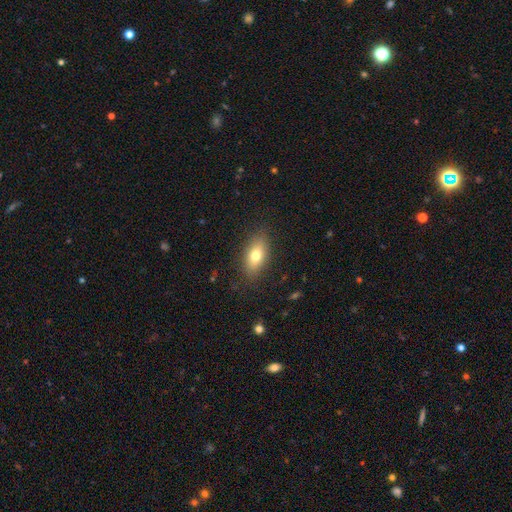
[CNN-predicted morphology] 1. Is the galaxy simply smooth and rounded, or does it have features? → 73% smooth, 18% featured or disk, 9% star or artifact.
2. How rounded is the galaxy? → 83% in between, 10% cigar-shaped, 8% round.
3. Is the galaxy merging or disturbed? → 85% none, 11% minor disturbance, 3% major disturbance, 1% merger.